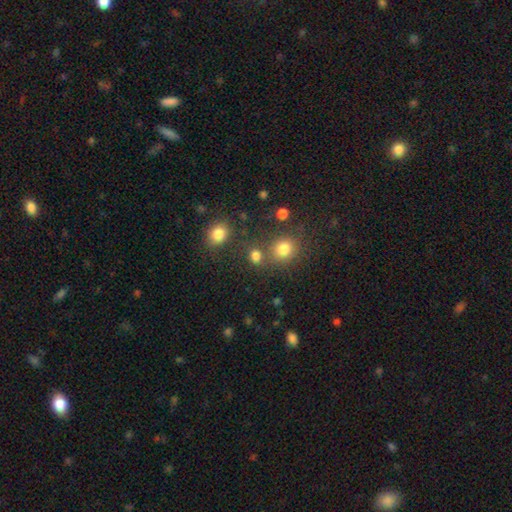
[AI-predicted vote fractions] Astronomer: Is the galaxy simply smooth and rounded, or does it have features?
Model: smooth — 78%.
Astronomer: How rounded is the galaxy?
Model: round — 70%.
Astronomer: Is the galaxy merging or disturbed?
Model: none — 65%.